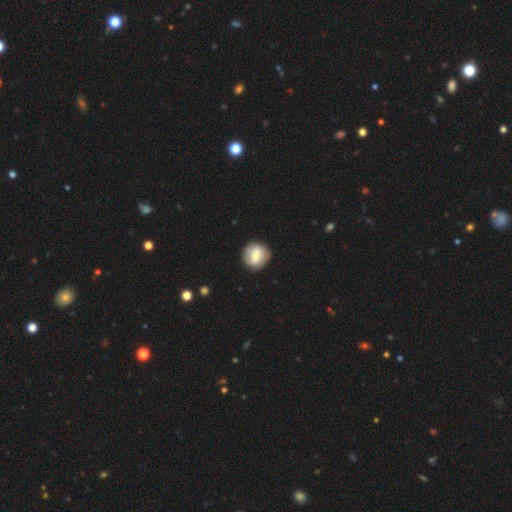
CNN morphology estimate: Smooth or featured? smooth (48%)
Merging? none (85%)